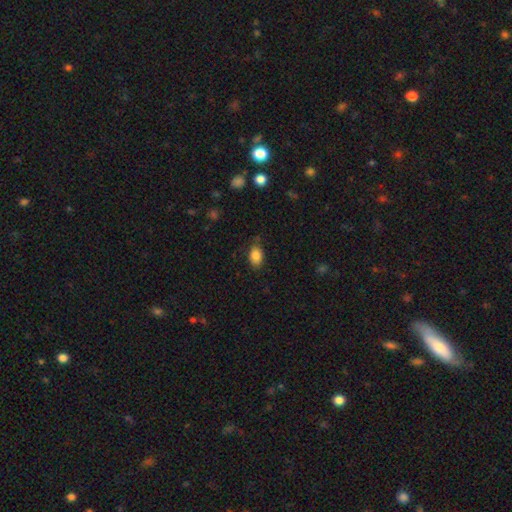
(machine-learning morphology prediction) smooth 86%, star or artifact 9%, featured or disk 5%. Down the decision tree: how rounded — in between (87%); merging — none (77%).